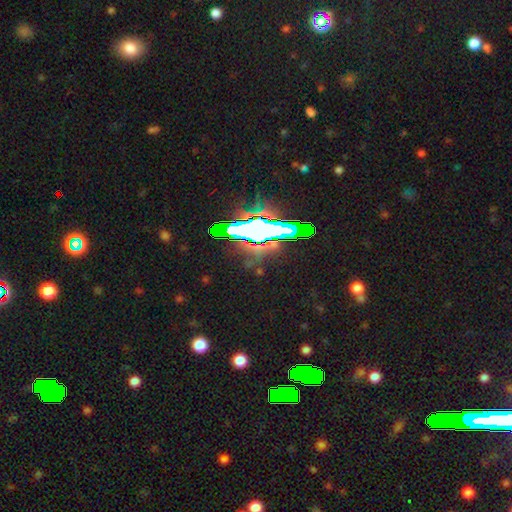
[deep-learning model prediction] smooth-or-featured: star or artifact: 71% | featured or disk: 15% | smooth: 14%